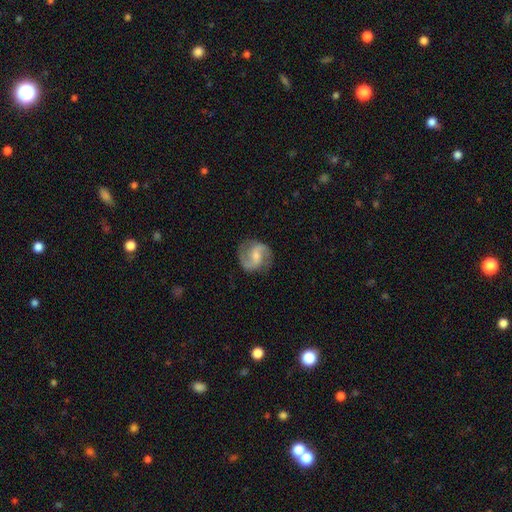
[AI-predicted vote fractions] A featured or disk galaxy (83%) with a weak bar (51%), 2 (92%) medium (53%) spiral arms (96%) and a small central bulge (48%). Merging: none (81%).